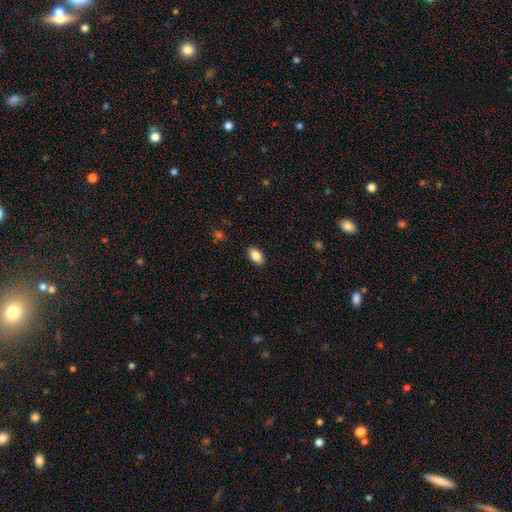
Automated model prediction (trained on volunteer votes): Morphology: type=smooth (86%); roundness=in between (92%); merging=none (88%).